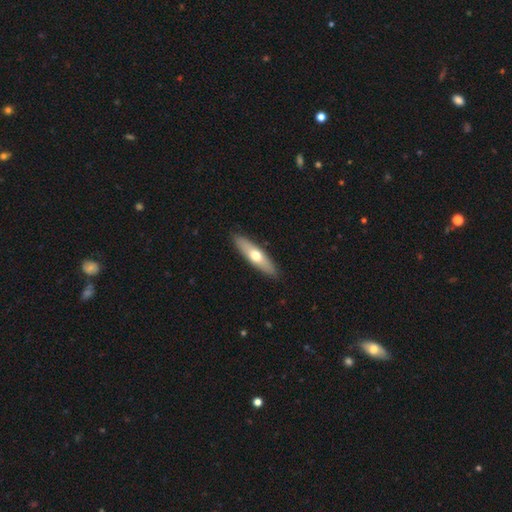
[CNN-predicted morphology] A smooth galaxy with no disk features (55%) that is cigar-shaped (67%). Merging: none (90%).